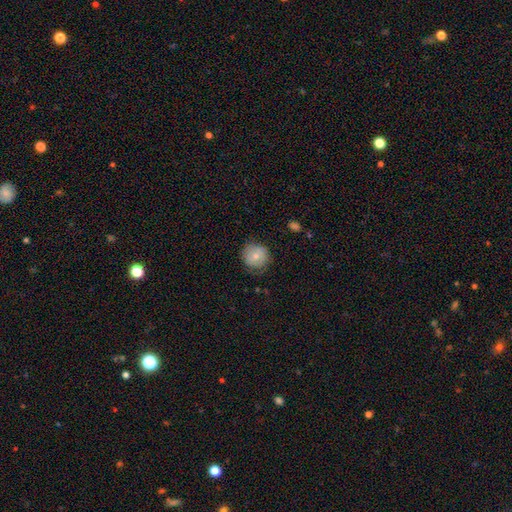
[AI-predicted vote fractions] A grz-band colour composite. It shows a smooth galaxy with no disk features (67%) that is round (89%). Merging: none (71%).